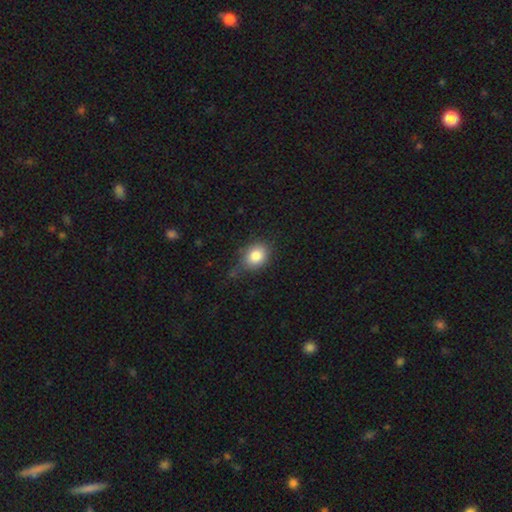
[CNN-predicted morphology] Smooth or featured? Predicted: smooth (p=0.82). How rounded? Predicted: in between (p=0.53). Merging? Predicted: none (p=0.64).